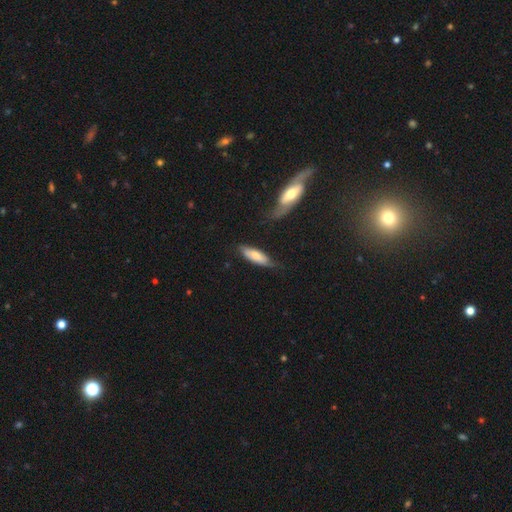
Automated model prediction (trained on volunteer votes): The model was most divided on "how rounded": in between: 54%, cigar-shaped: 44%, round: 2%. More confident: smooth or featured — smooth (68%); merging — none (61%).